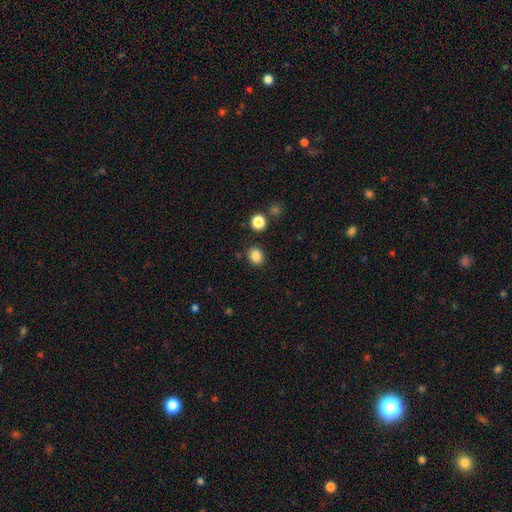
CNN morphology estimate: The model was most divided on "how rounded": round: 61%, in between: 38%, cigar-shaped: 1%. More confident: merging — none (86%); smooth or featured — smooth (85%).